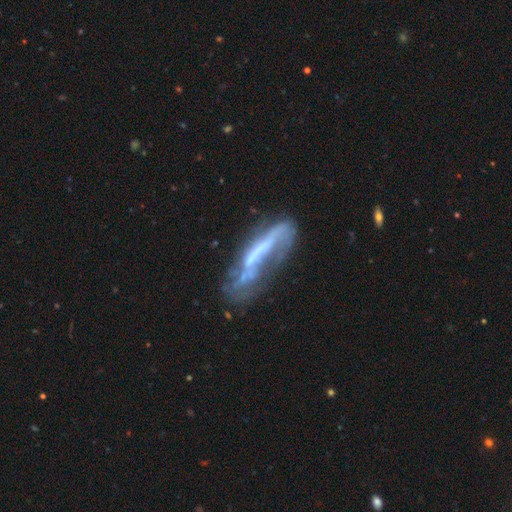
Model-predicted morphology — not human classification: A featured or disk galaxy (65%). Merging: none (40%).